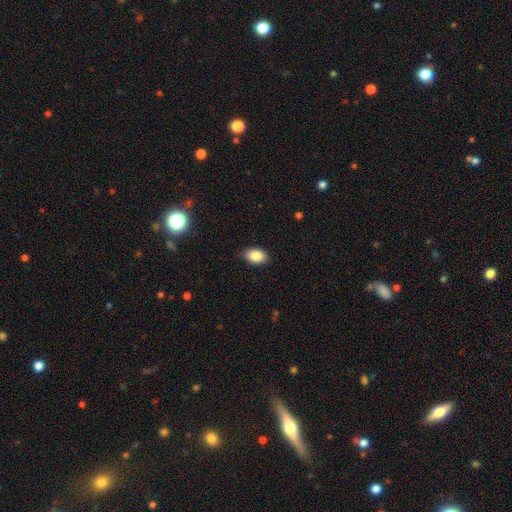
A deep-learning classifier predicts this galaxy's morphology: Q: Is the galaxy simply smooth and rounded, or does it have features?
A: smooth — 86%.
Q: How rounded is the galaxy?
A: in between — 88%.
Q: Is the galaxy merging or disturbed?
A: none — 86%.